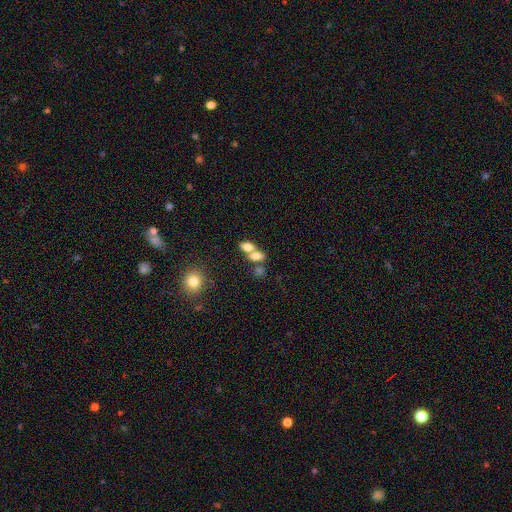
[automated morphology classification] smooth-or-featured: smooth: 71% | featured or disk: 18% | star or artifact: 10%
  how-rounded: in between: 78% | round: 14% | cigar-shaped: 7%
  merging: merger: 62% | none: 26% | minor disturbance: 7% | major disturbance: 5%